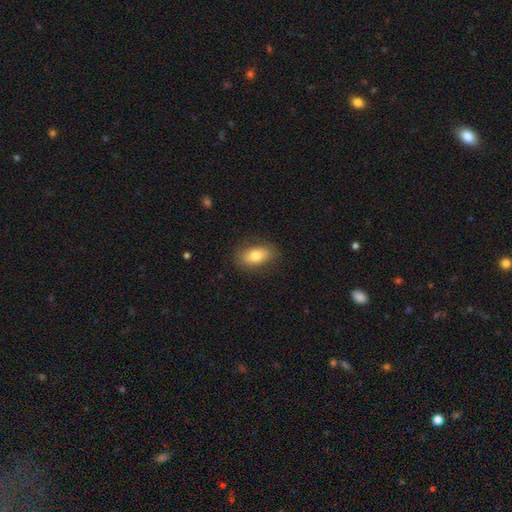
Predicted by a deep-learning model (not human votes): Morphology: type=smooth (76%); roundness=in between (88%); merging=none (82%).